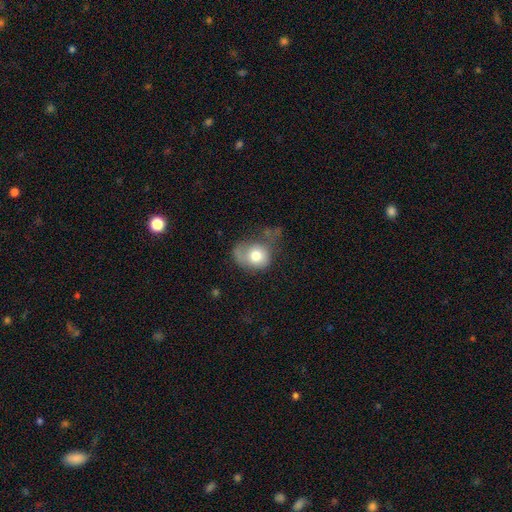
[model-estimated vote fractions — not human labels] Smooth or featured? smooth (71%)
How rounded? round (55%)
Merging? major disturbance (36%)